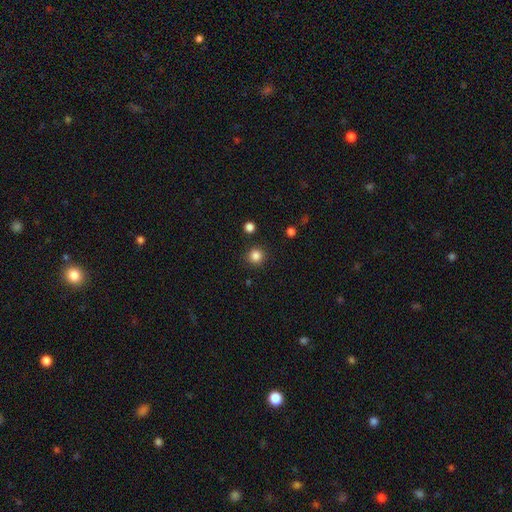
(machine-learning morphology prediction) Smooth or featured? smooth (84%)
How rounded? round (94%)
Merging? none (90%)